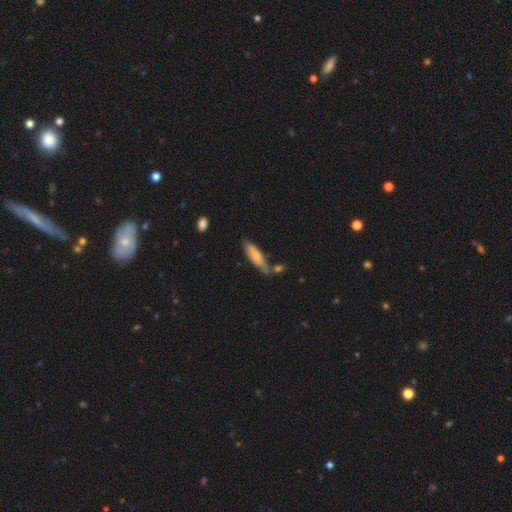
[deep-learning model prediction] A smooth galaxy with no disk features (69%) that is cigar-shaped (65%).

Vote fractions:
- Smooth or featured? smooth: 69% / featured or disk: 25% / star or artifact: 6%
- How rounded? cigar-shaped: 65% / in between: 33% / round: 2%
- Merging? none: 63% / minor disturbance: 21% / merger: 12% / major disturbance: 4%